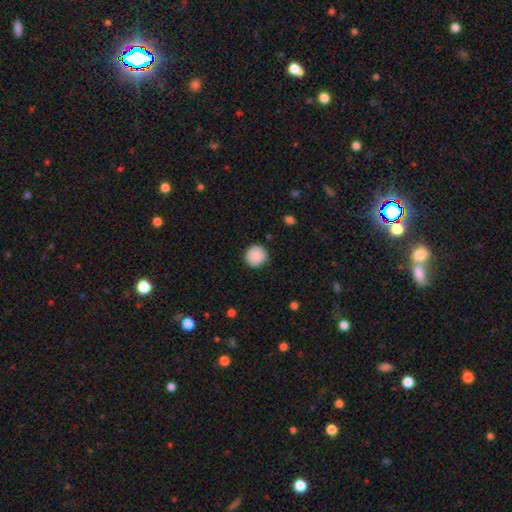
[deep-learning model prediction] Overall: smooth (90%). How rounded: round (93%). Merging: none (89%).